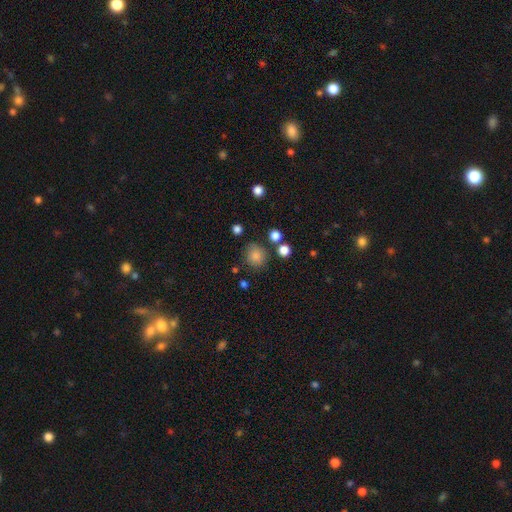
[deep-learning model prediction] This is clearly a smooth galaxy (83%). How rounded: clearly round (82%). Merging: likely none (75%).